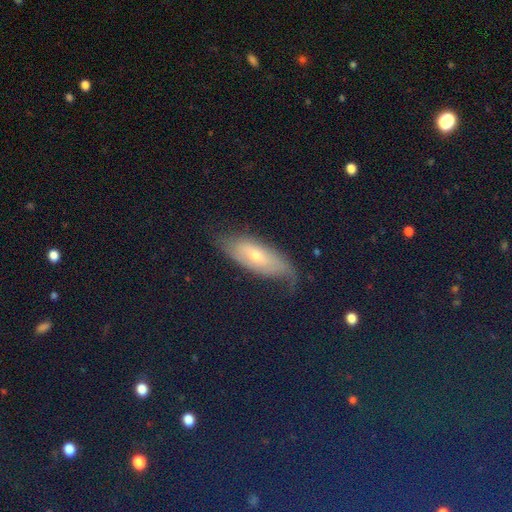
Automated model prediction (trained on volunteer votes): Smooth or featured?
  - featured or disk: 46% *
  - smooth: 37%
  - star or artifact: 18%
Merging?
  - none: 60% *
  - minor disturbance: 26%
  - major disturbance: 12%
  - merger: 2%